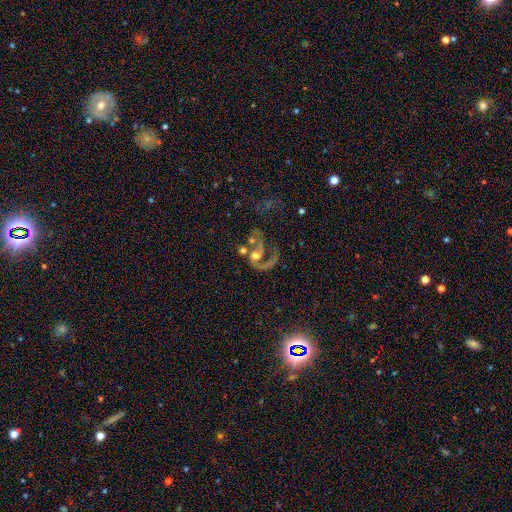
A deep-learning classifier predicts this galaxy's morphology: type=featured or disk (72%); edge-on=no (98%); bar=no (72%); spiral arms=yes (81%); winding=loose (50%); arm count=1 (63%); bulge=moderate (53%); merging=merger (41%).